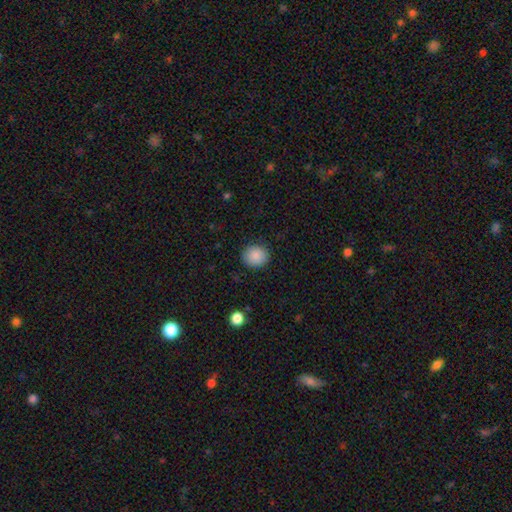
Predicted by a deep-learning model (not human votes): Smooth or featured?
  - smooth: 88% *
  - star or artifact: 8%
  - featured or disk: 4%
How rounded?
  - round: 80% *
  - in between: 20%
  - cigar-shaped: 1%
Merging?
  - none: 89% *
  - minor disturbance: 8%
  - major disturbance: 2%
  - merger: 1%